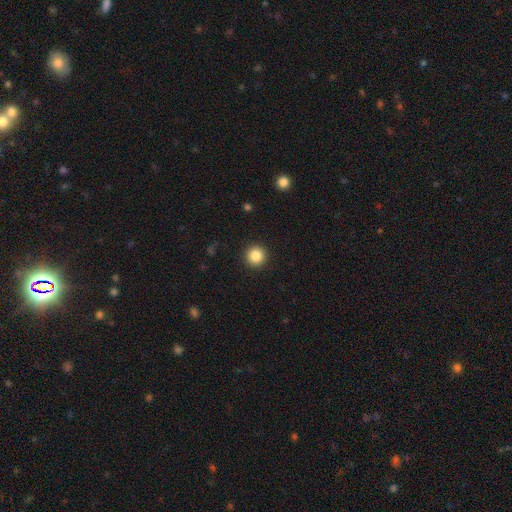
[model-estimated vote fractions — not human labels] Morphology: type=smooth (85%); roundness=round (96%); merging=none (93%).